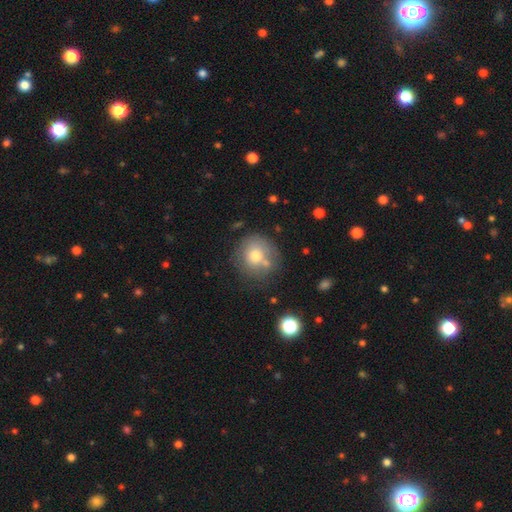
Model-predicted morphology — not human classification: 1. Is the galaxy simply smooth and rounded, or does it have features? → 69% smooth, 21% featured or disk, 11% star or artifact.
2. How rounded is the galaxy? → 90% round, 9% in between, 1% cigar-shaped.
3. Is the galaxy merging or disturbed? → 60% none, 17% minor disturbance, 16% merger, 7% major disturbance.